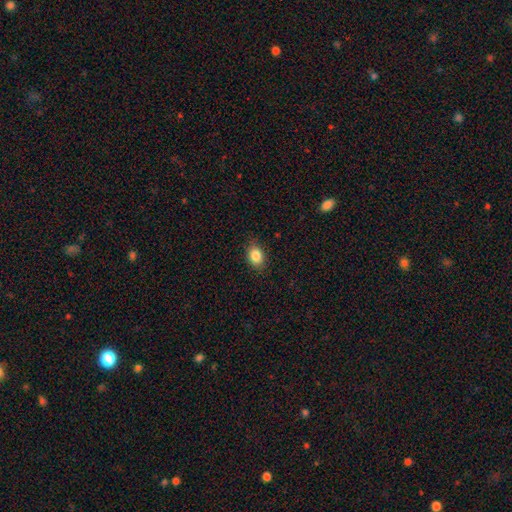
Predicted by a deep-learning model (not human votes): smooth_or_featured: smooth (p=0.86) [alt: star or artifact p=0.09]
how_rounded: in between (p=0.74) [alt: round p=0.25]
merging: none (p=0.85) [alt: minor disturbance p=0.12]